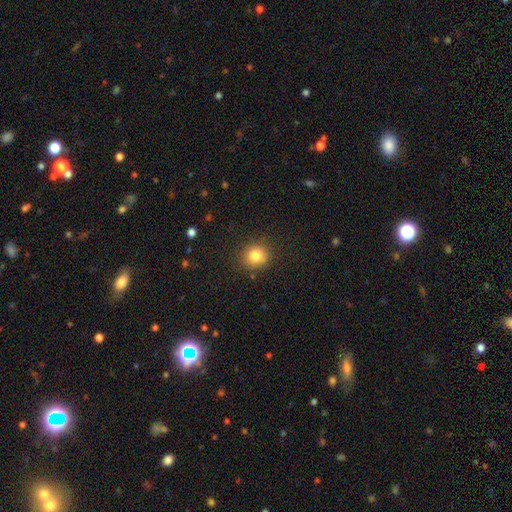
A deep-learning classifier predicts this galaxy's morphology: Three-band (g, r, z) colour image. It shows a smooth galaxy with no disk features (81%) that is round (86%). Merging: none (84%).